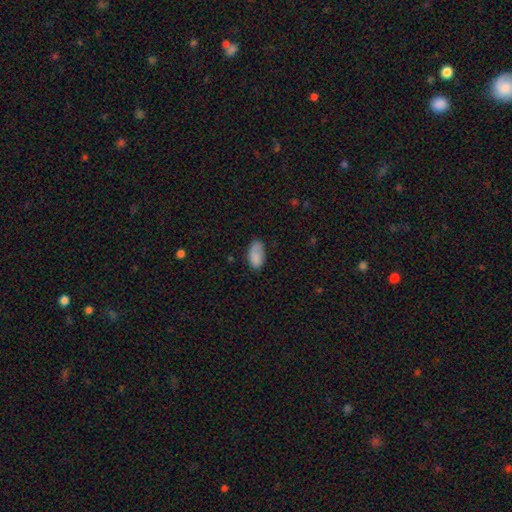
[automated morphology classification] Overall: smooth (85%). How rounded: in between (94%). Merging: none (66%; minor disturbance 26%).